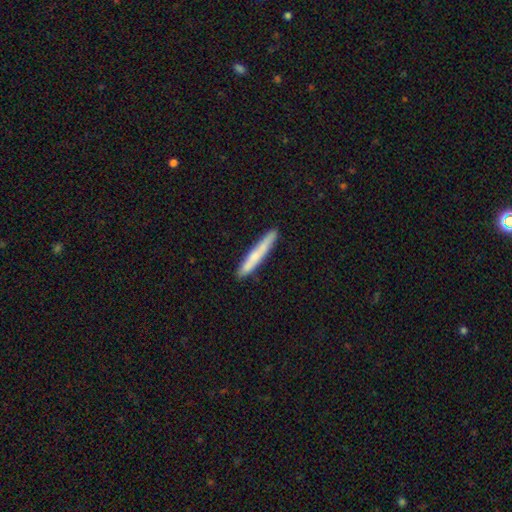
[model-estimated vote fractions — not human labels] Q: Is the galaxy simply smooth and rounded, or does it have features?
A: smooth — 66%.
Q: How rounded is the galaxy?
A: cigar-shaped — 96%.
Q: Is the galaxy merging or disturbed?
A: none — 88%.